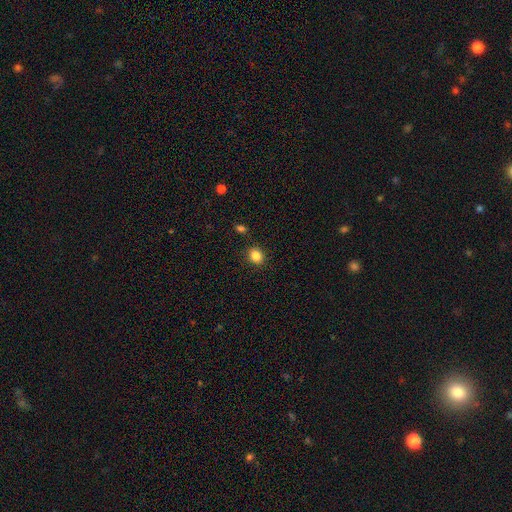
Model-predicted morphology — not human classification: Smooth or featured? smooth (85%)
How rounded? round (60%)
Merging? none (88%)